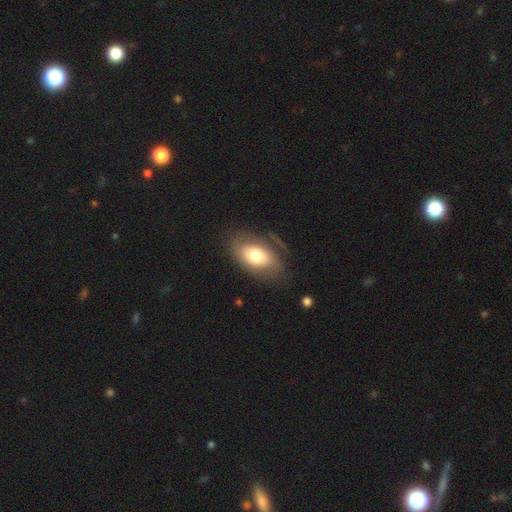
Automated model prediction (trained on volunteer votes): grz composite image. It shows a smooth galaxy with no disk features (61%) that is in between round and cigar-shaped (90%). Merging: none (68%).